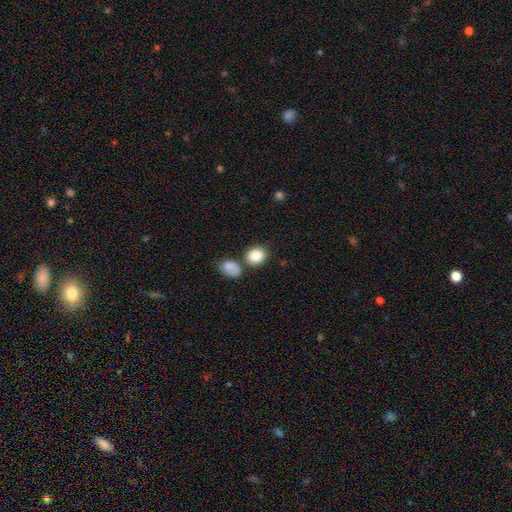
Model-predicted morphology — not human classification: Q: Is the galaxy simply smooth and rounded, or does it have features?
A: smooth — 86%.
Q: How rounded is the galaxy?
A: round — 58%.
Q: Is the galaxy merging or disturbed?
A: none — 67%.